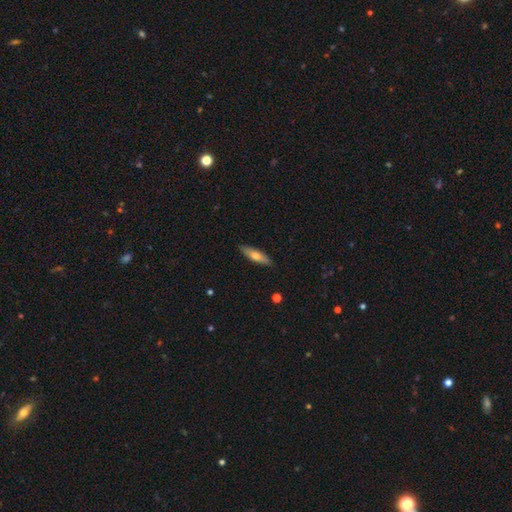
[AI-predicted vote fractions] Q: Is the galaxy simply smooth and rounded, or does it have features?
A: smooth — 64%.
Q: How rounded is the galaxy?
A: cigar-shaped — 59%.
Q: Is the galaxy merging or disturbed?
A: none — 88%.